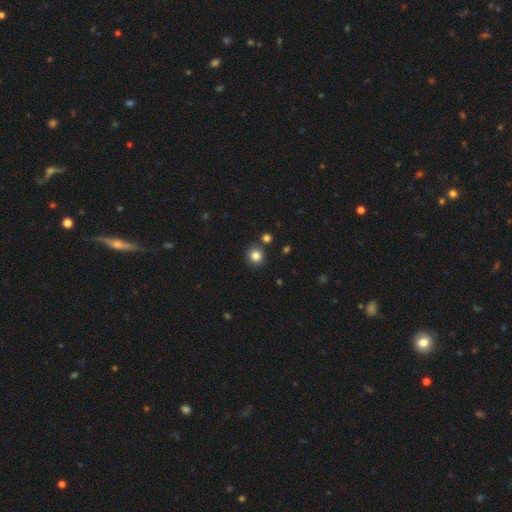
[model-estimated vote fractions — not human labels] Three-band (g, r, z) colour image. It shows a smooth galaxy with no disk features (83%) that is round (89%). Merging: none (83%).